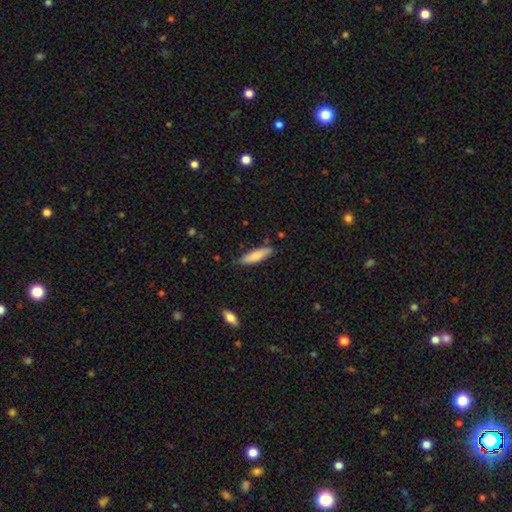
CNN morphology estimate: This appears to be a smooth galaxy with no disk features (80%) that is cigar-shaped (66%). Merging: none (80%).